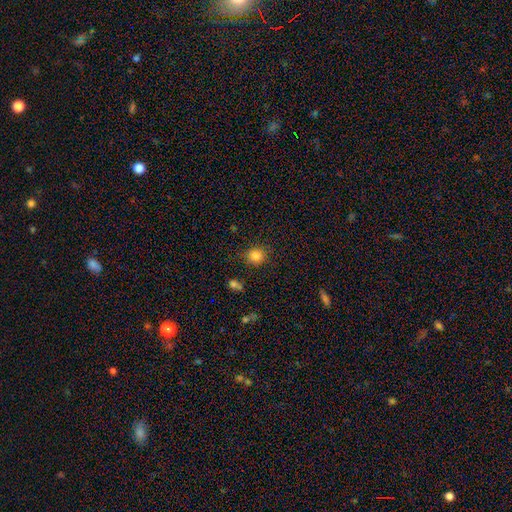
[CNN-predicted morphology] A smooth galaxy with no disk features (83%) that is round (84%).

Vote fractions:
- Smooth or featured? smooth: 83% / star or artifact: 12% / featured or disk: 5%
- How rounded? round: 84% / in between: 15% / cigar-shaped: 1%
- Merging? none: 84% / minor disturbance: 10% / major disturbance: 3% / merger: 3%